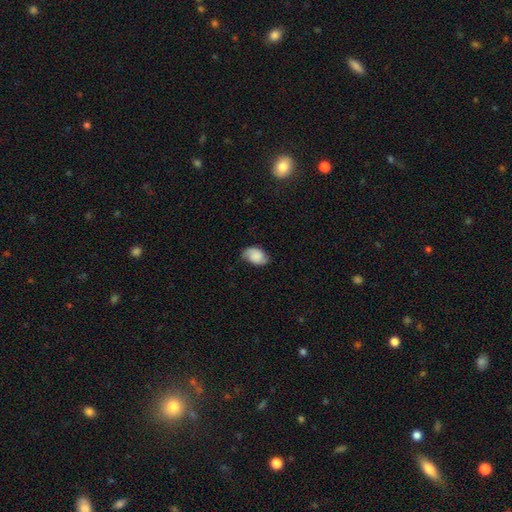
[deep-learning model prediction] Overall: smooth (67%). How rounded: in between (87%). Merging: none (68%).